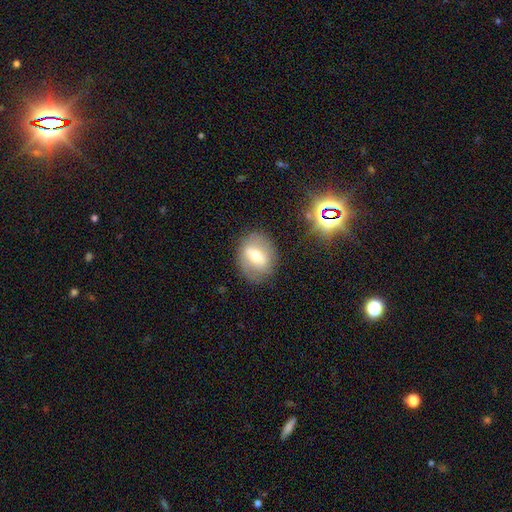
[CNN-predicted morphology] Smooth or featured?
  - smooth: 46% *
  - featured or disk: 44%
  - star or artifact: 10%
Merging?
  - none: 81% *
  - minor disturbance: 12%
  - major disturbance: 5%
  - merger: 2%